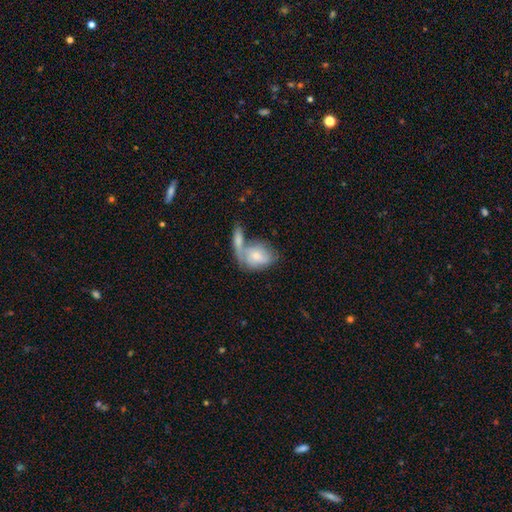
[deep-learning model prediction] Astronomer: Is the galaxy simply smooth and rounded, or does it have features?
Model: smooth — 62%.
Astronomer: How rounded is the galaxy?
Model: in between — 71%.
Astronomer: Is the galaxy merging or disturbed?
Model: merger — 53%.